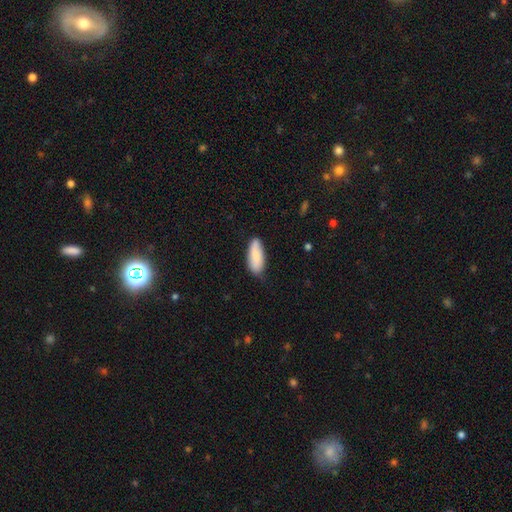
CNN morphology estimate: Smooth or featured?
  - smooth: 81% *
  - featured or disk: 13%
  - star or artifact: 6%
How rounded?
  - in between: 81% *
  - cigar-shaped: 17%
  - round: 2%
Merging?
  - none: 73% *
  - minor disturbance: 22%
  - major disturbance: 3%
  - merger: 1%